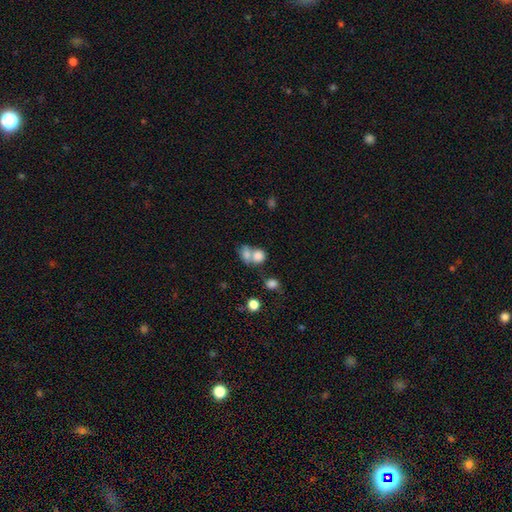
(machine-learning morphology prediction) smooth_or_featured: smooth (p=0.77) [alt: featured or disk p=0.12]
how_rounded: round (p=0.53) [alt: in between p=0.45]
merging: merger (p=0.61) [alt: none p=0.26]